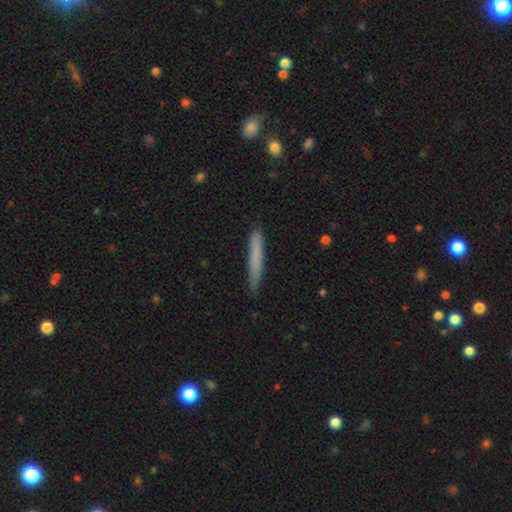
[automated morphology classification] This appears to be a smooth galaxy with no disk features (73%) that is cigar-shaped (96%). Merging: none (86%).